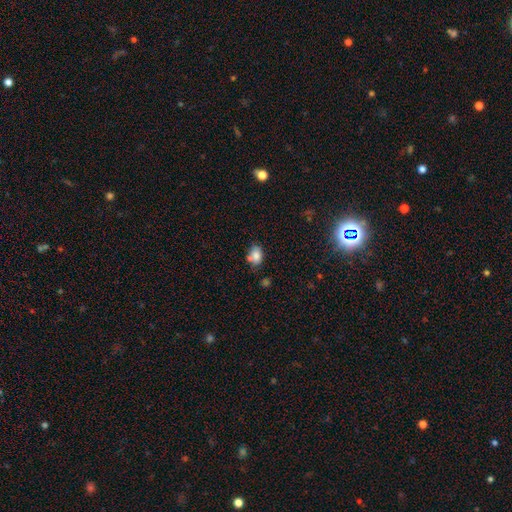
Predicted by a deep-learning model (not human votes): Morphology: type=smooth (80%); roundness=in between (75%); merging=none (57%).